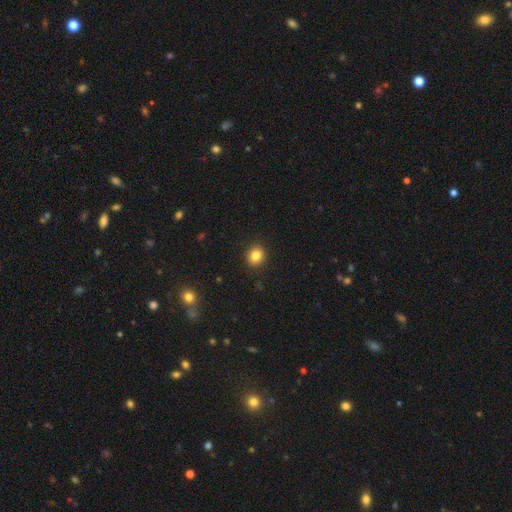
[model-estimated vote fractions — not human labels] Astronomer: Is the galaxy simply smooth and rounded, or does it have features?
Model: smooth — 83%.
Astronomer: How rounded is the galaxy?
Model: round — 80%.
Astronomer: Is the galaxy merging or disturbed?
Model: none — 91%.